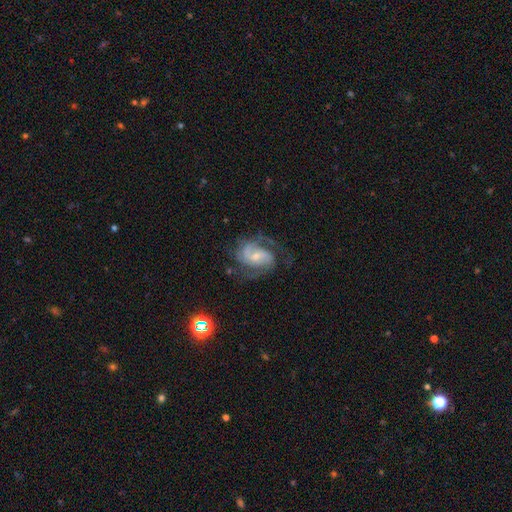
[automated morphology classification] smooth-or-featured: featured or disk: 86% | smooth: 8% | star or artifact: 6%
  disk-edge-on: no: 98% | yes: 2%
    bar: weak: 48% | no: 37% | strong: 15%
    has-spiral-arms: yes: 96% | no: 4%
      spiral-winding: medium: 51% | tight: 31% | loose: 17%
      spiral-arm-count: 2: 65% | 3: 13% | can't tell: 11% | 1: 5% | 4: 3% | more than 4: 3%
    bulge-size: small: 57% | moderate: 35% | none: 4% | large: 3% | dominant: 1%
  merging: none: 63% | minor disturbance: 19% | major disturbance: 17% | merger: 2%